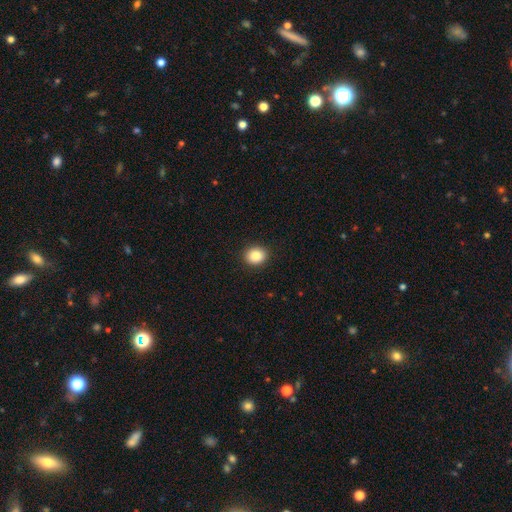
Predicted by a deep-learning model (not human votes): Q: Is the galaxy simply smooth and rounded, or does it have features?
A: smooth — 87%.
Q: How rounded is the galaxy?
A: round — 68%.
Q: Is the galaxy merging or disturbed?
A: none — 91%.